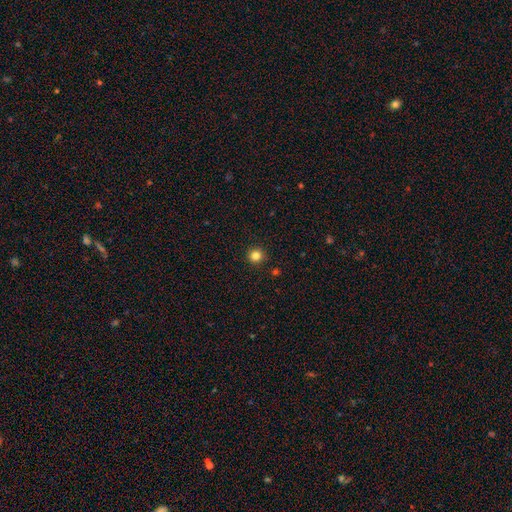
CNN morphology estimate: Overall: smooth (83%). How rounded: round (96%). Merging: none (93%).